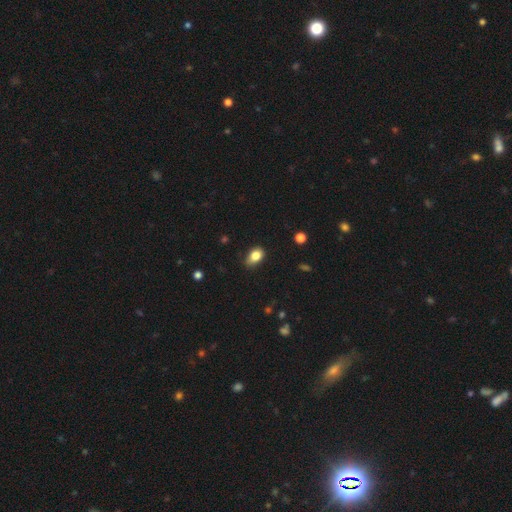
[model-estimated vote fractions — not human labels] smooth 83%, star or artifact 9%, featured or disk 8%. Down the decision tree: how rounded — in between (81%); merging — none (71%).